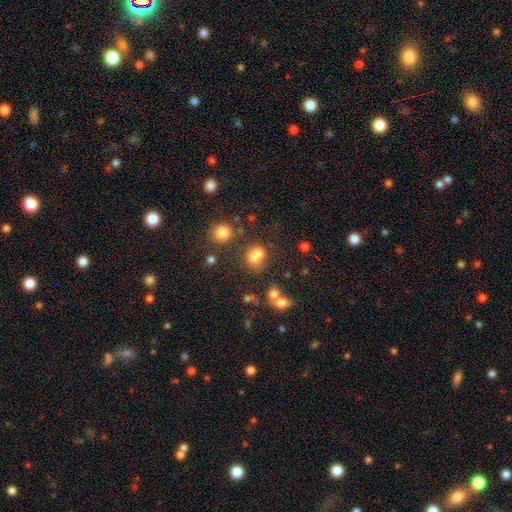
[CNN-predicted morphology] smooth_or_featured: smooth (p=0.74) [alt: star or artifact p=0.17]
how_rounded: in between (p=0.61) [alt: round p=0.37]
merging: none (p=0.44) [alt: merger p=0.29]